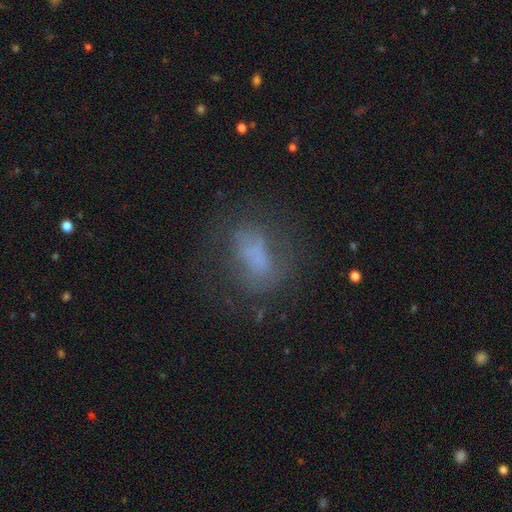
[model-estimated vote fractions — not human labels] smooth 49%, featured or disk 35%, star or artifact 16%. Down the decision tree: merging — none (57%).